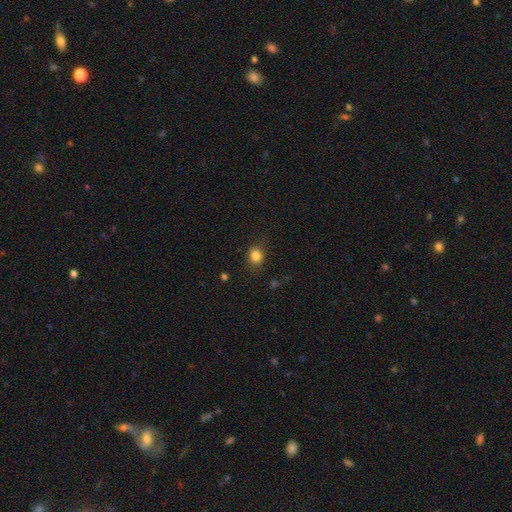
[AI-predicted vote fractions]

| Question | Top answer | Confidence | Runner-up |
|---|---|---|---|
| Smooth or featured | smooth | 83% | star or artifact (11%) |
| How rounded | round | 65% | in between (34%) |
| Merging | none | 81% | minor disturbance (14%) |